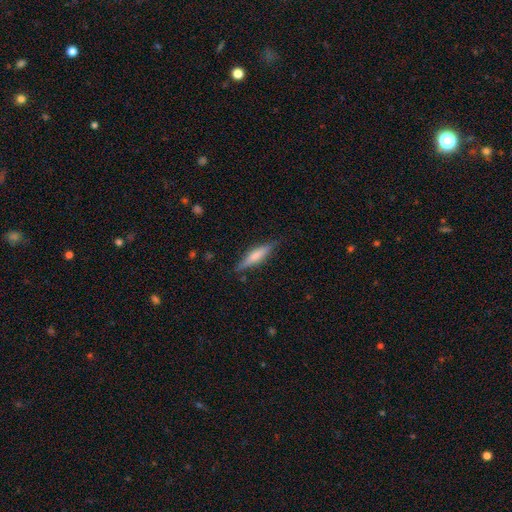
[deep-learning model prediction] This is possibly a smooth galaxy (57%). How rounded: likely cigar-shaped (80%). Merging: clearly none (82%).